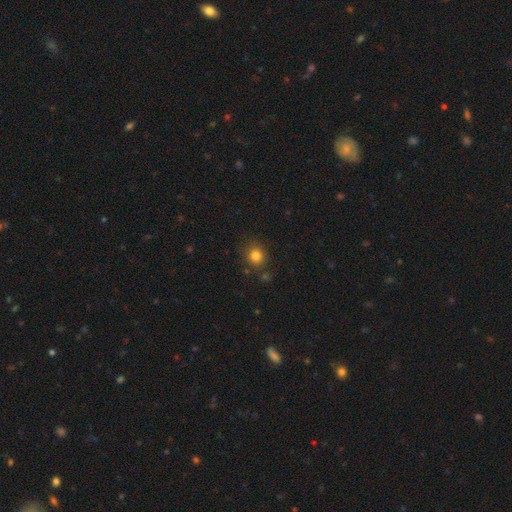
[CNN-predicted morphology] A smooth galaxy with no disk features (82%) that is round (79%). Merging: none (82%).